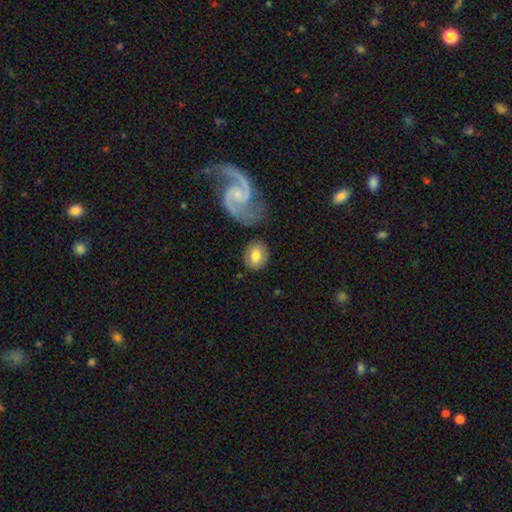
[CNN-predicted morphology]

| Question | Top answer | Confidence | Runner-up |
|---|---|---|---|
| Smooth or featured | smooth | 69% | featured or disk (25%) |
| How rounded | round | 66% | in between (33%) |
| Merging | none | 77% | minor disturbance (12%) |